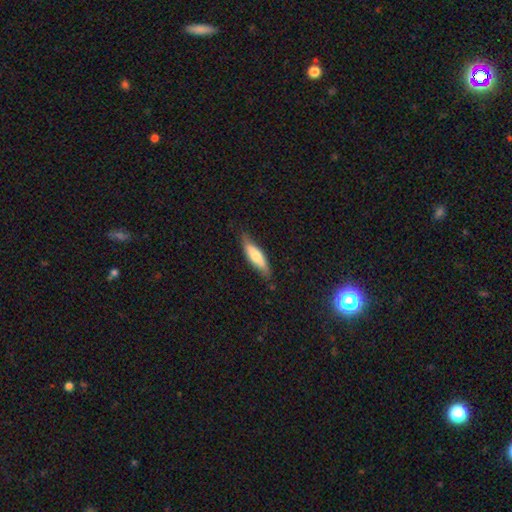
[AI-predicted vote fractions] smooth 65%, featured or disk 30%, star or artifact 6%. Down the decision tree: how rounded — cigar-shaped (59%); merging — none (75%).